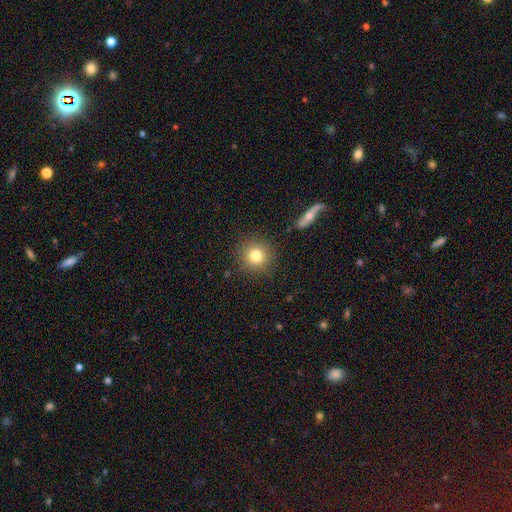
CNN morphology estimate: Smooth or featured?
  - smooth: 80% *
  - star or artifact: 11%
  - featured or disk: 9%
How rounded?
  - round: 93% *
  - in between: 6%
  - cigar-shaped: 1%
Merging?
  - none: 88% *
  - minor disturbance: 7%
  - major disturbance: 3%
  - merger: 2%